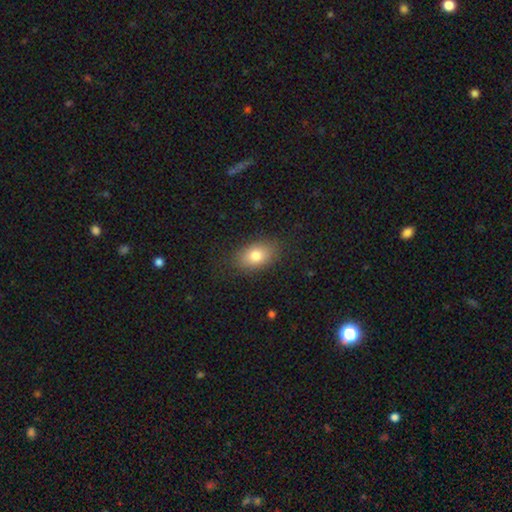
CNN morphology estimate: The model was most divided on "smooth or featured": smooth: 80%, featured or disk: 11%, star or artifact: 9%. More confident: how rounded — in between (85%); merging — none (83%).